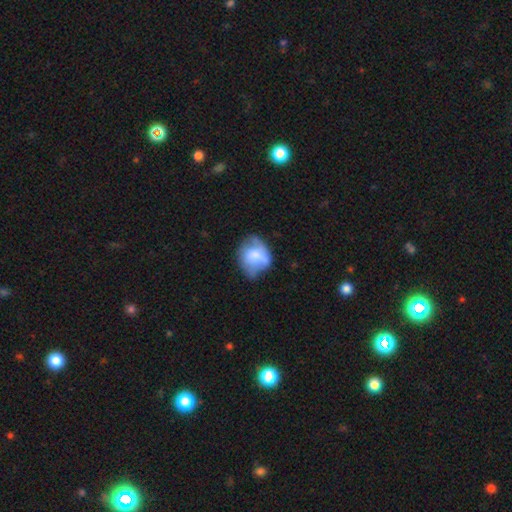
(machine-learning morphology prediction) Q: Smooth or featured?
A: smooth (57%); runner-up: featured or disk (35%)
Q: How rounded?
A: in between (50%); runner-up: round (49%)
Q: Merging?
A: none (35%); tied with: minor disturbance (35%)